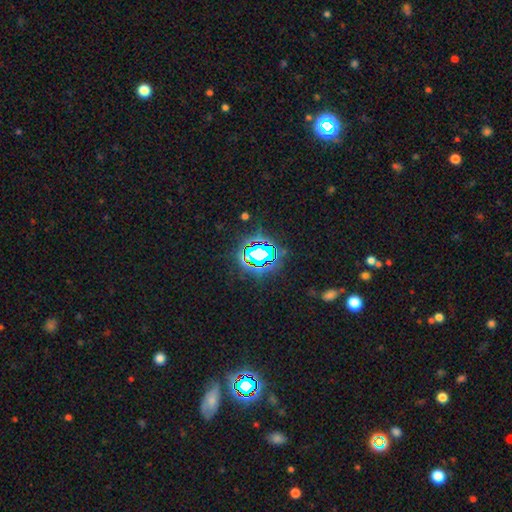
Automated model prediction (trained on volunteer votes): Smooth or featured?
  - star or artifact: 74% *
  - smooth: 15%
  - featured or disk: 12%